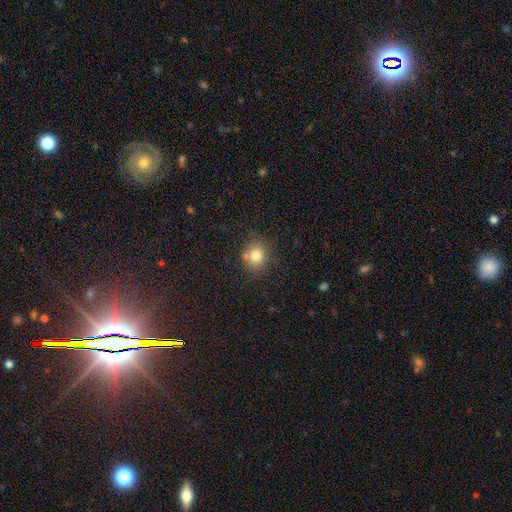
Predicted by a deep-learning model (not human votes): This appears to be a smooth galaxy with no disk features (80%) that is round (69%). Merging: none (70%).